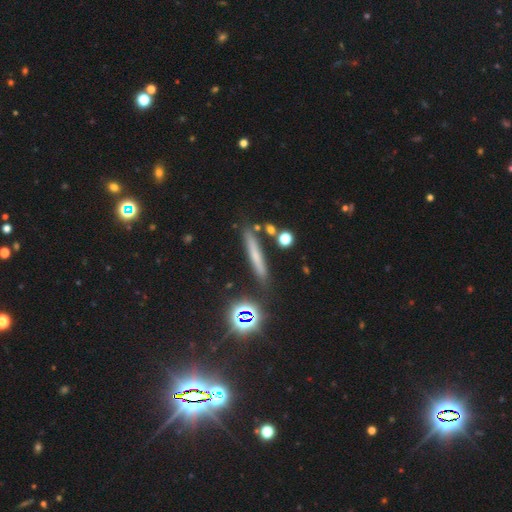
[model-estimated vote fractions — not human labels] smooth-or-featured: smooth: 52% | featured or disk: 28% | star or artifact: 20%
  how-rounded: cigar-shaped: 89% | in between: 6% | round: 5%
  merging: none: 84% | minor disturbance: 9% | merger: 4% | major disturbance: 3%